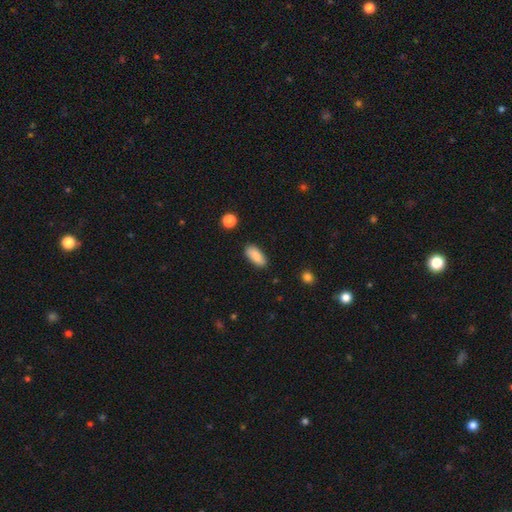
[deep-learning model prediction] This appears to be a smooth galaxy with no disk features (88%) that is in between round and cigar-shaped (86%). Merging: none (86%).